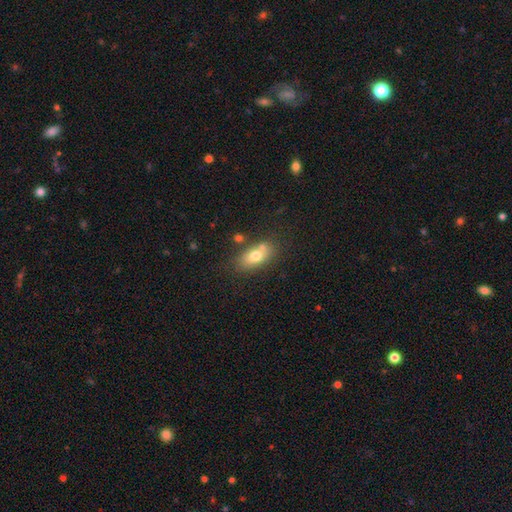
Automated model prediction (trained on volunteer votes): Smooth or featured? Predicted: smooth (p=0.72). How rounded? Predicted: in between (p=0.83). Merging? Predicted: none (p=0.64).